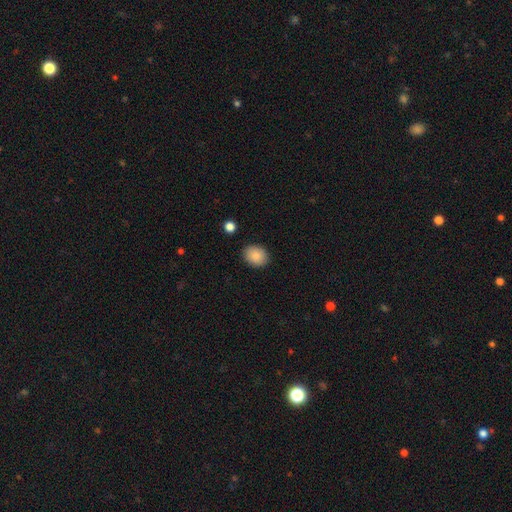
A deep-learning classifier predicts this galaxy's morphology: smooth-or-featured: smooth: 87% | star or artifact: 8% | featured or disk: 6%
  how-rounded: in between: 50% (tied) | round: 50% (tied) | cigar-shaped: 1%
  merging: none: 88% | minor disturbance: 8% | major disturbance: 2% | merger: 2%